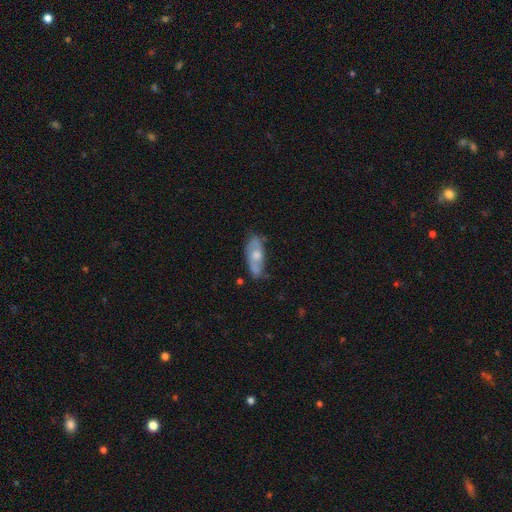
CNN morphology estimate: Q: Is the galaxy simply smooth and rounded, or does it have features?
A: featured or disk — 52%.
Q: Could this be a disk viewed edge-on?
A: no — 81%.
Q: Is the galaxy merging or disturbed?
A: none — 61%.